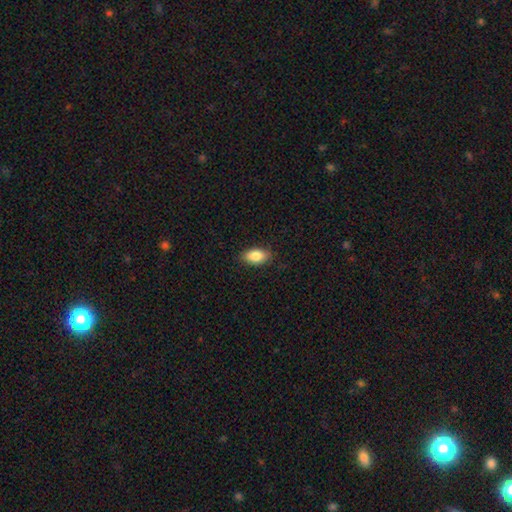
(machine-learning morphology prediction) smooth-or-featured: smooth: 86% | star or artifact: 7% | featured or disk: 7%
  how-rounded: in between: 92% | round: 5% | cigar-shaped: 3%
  merging: none: 86% | minor disturbance: 10% | major disturbance: 2% | merger: 1%